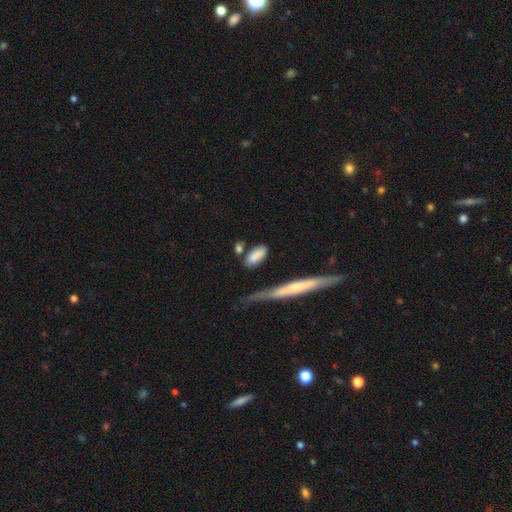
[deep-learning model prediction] Morphology: type=smooth (83%); roundness=in between (81%); merging=none (66%).